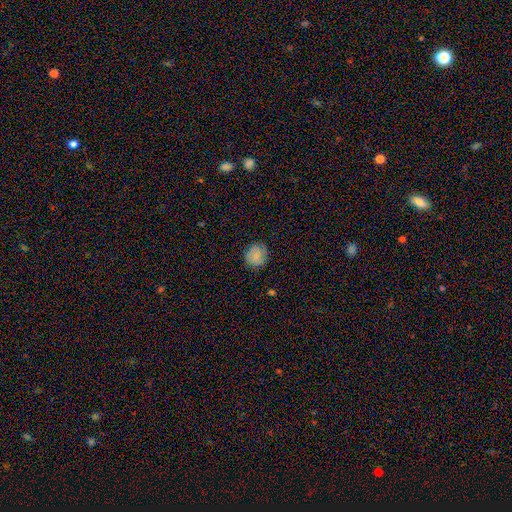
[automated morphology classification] Smooth or featured?
  - smooth: 79% *
  - featured or disk: 11%
  - star or artifact: 10%
How rounded?
  - round: 81% *
  - in between: 18%
  - cigar-shaped: 1%
Merging?
  - none: 81% *
  - minor disturbance: 14%
  - major disturbance: 3%
  - merger: 1%